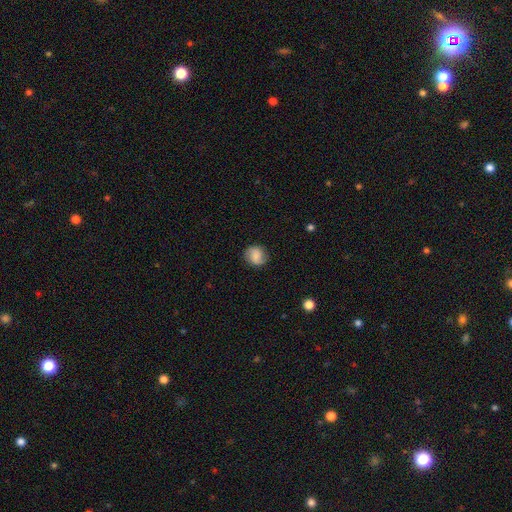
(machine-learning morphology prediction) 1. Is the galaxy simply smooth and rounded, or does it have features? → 64% smooth, 27% featured or disk, 9% star or artifact.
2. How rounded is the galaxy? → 78% round, 21% in between, 1% cigar-shaped.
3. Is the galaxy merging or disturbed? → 81% none, 14% minor disturbance, 4% major disturbance, 1% merger.